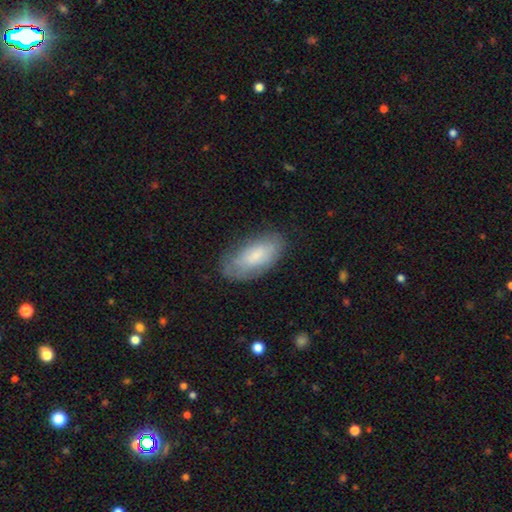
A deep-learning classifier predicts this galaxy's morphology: Smooth or featured?
  - smooth: 72% *
  - featured or disk: 22%
  - star or artifact: 7%
How rounded?
  - in between: 91% *
  - cigar-shaped: 7%
  - round: 2%
Merging?
  - none: 71% *
  - minor disturbance: 21%
  - major disturbance: 6%
  - merger: 1%